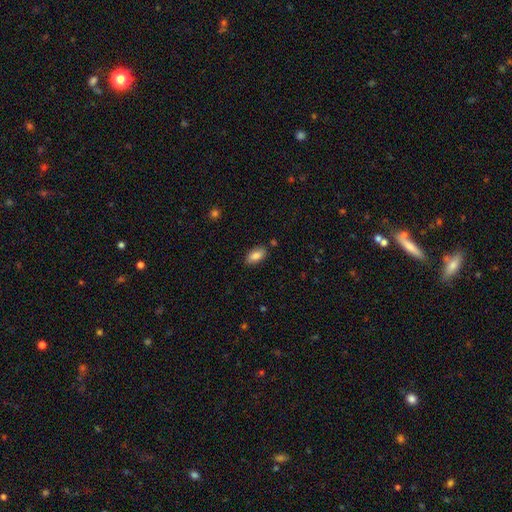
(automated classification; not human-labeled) A smooth galaxy with no disk features (84%) that is in between round and cigar-shaped (91%).

Vote fractions:
- Smooth or featured? smooth: 84% / featured or disk: 9% / star or artifact: 8%
- How rounded? in between: 91% / cigar-shaped: 6% / round: 4%
- Merging? none: 84% / minor disturbance: 11% / merger: 3% / major disturbance: 2%